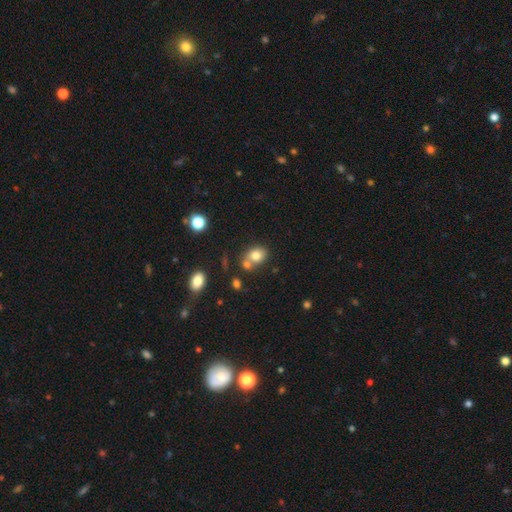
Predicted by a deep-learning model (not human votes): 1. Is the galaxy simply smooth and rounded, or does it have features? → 77% smooth, 12% featured or disk, 11% star or artifact.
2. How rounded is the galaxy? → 51% round, 48% in between, 1% cigar-shaped.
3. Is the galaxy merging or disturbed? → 49% none, 34% merger, 12% minor disturbance, 4% major disturbance.